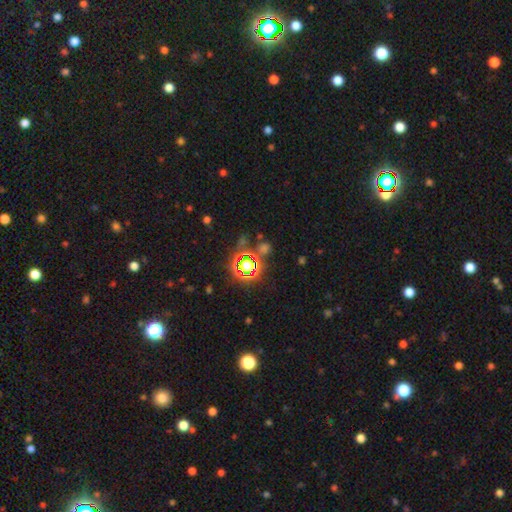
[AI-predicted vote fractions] A star or artifact, not a galaxy (77%).

Vote fractions:
- Smooth or featured? star or artifact: 77% / smooth: 15% / featured or disk: 8%